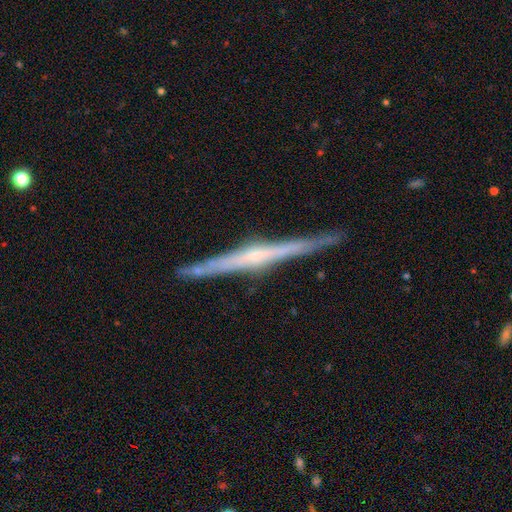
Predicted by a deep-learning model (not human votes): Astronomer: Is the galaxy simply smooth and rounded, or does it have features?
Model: featured or disk — 79%.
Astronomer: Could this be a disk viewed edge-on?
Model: yes — 98%.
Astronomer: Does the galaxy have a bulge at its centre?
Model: rounded — 55% (runner-up: none, 32%).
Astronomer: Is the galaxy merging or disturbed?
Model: none — 87%.